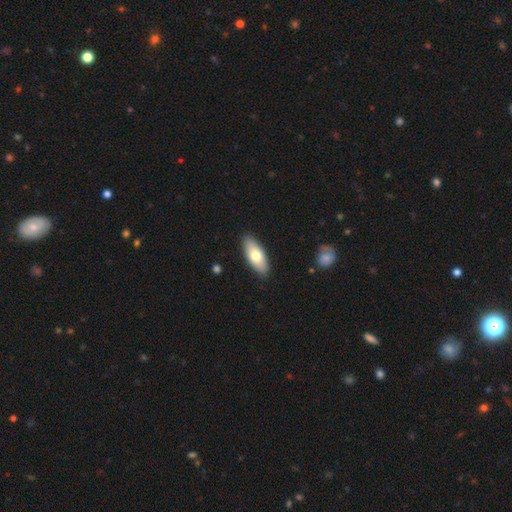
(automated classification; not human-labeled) This is likely a smooth galaxy (71%). How rounded: clearly in between (82%). Merging: clearly none (89%).